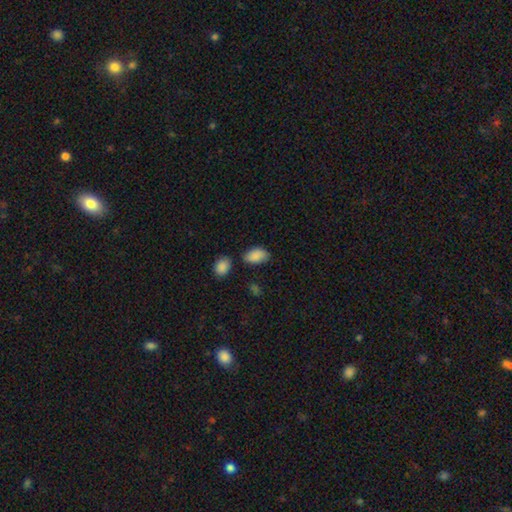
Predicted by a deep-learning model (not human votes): smooth_or_featured: smooth (p=0.87) [alt: star or artifact p=0.08]
how_rounded: in between (p=0.93) [alt: round p=0.06]
merging: none (p=0.67) [alt: minor disturbance p=0.22]